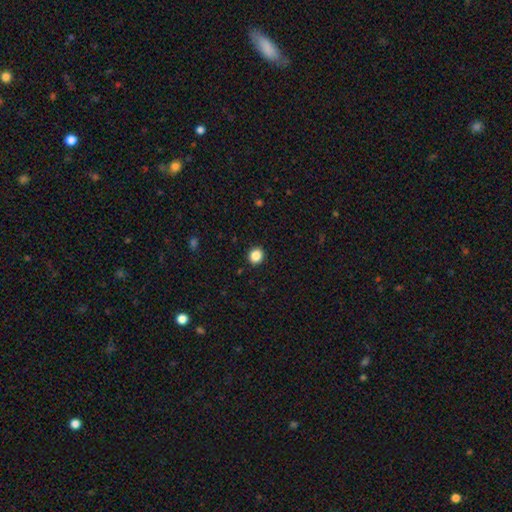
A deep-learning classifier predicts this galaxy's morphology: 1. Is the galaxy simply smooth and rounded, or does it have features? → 86% smooth, 11% star or artifact, 3% featured or disk.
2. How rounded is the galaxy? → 82% round, 17% in between, 1% cigar-shaped.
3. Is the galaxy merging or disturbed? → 92% none, 6% minor disturbance, 2% major disturbance, 1% merger.